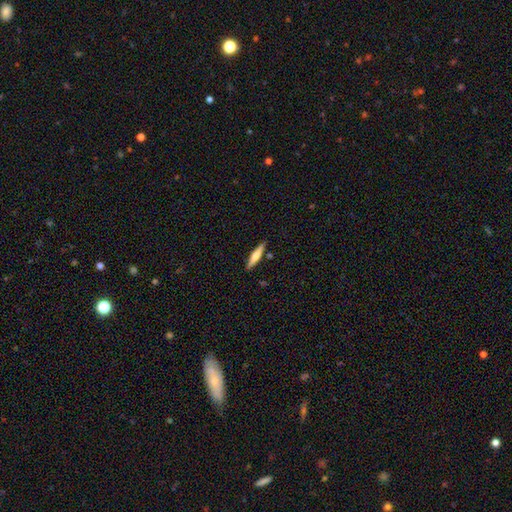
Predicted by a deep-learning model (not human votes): Overall: smooth (56%; featured or disk 39%). How rounded: cigar-shaped (84%). Merging: none (87%).